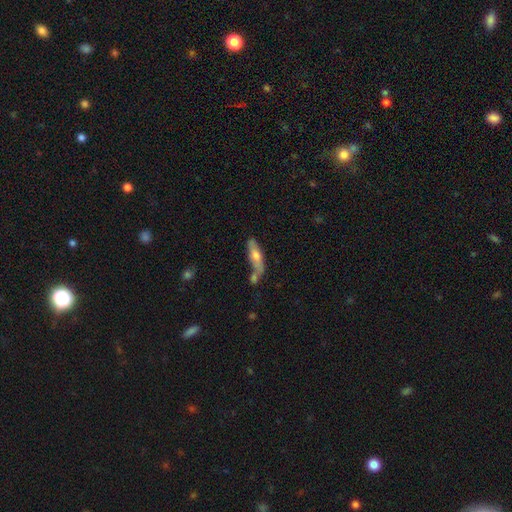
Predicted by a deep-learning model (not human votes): Smooth or featured: smooth — 53% (featured or disk — 41%)
How rounded: cigar-shaped — 55% (in between — 43%)
Merging: none — 45% (merger — 27%)